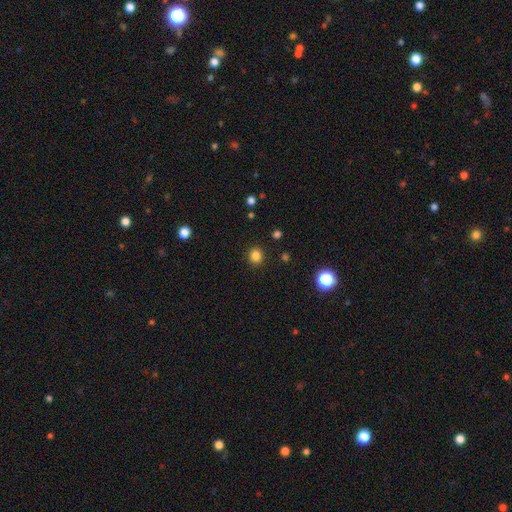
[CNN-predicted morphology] Q: Smooth or featured?
A: smooth (83%); runner-up: star or artifact (14%)
Q: How rounded?
A: round (88%); runner-up: in between (11%)
Q: Merging?
A: none (91%); runner-up: minor disturbance (6%)